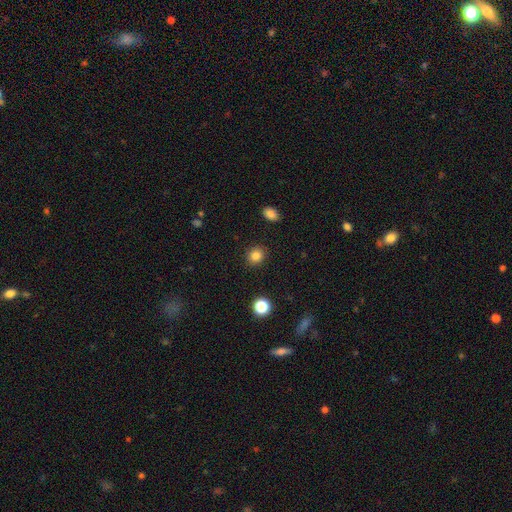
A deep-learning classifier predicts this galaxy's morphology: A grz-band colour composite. It shows a smooth galaxy with no disk features (84%) that is round (79%). Merging: none (90%).